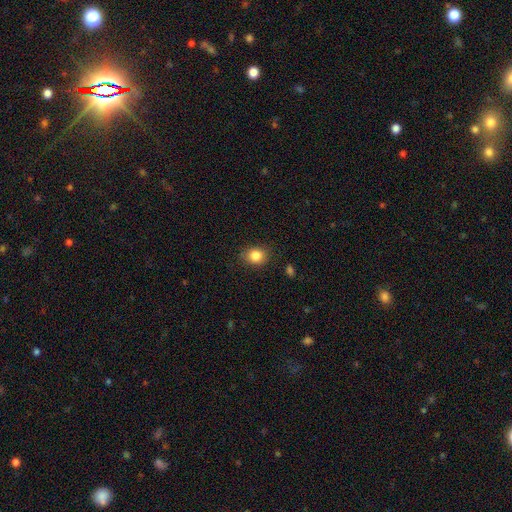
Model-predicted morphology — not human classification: Smooth or featured: smooth — 85% (star or artifact — 10%)
How rounded: round — 63% (in between — 36%)
Merging: none — 84% (minor disturbance — 12%)